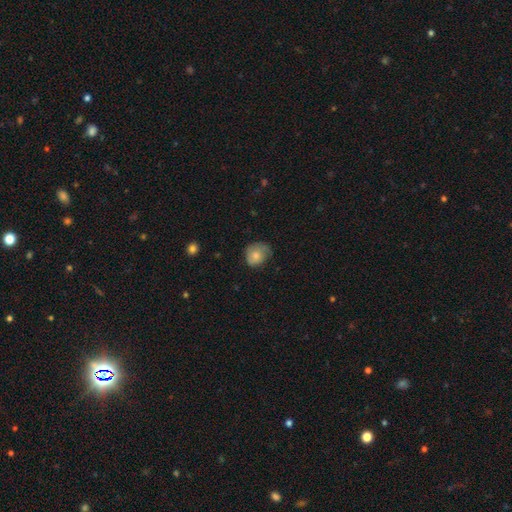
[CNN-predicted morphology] A smooth galaxy with no disk features (73%) that is round (63%). Merging: none (52%).